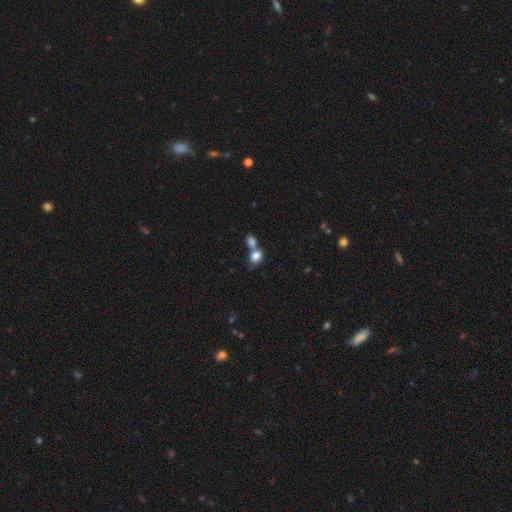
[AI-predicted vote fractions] This appears to be a smooth galaxy with no disk features (82%) that is in between round and cigar-shaped (57%). Merging: merger (60%).